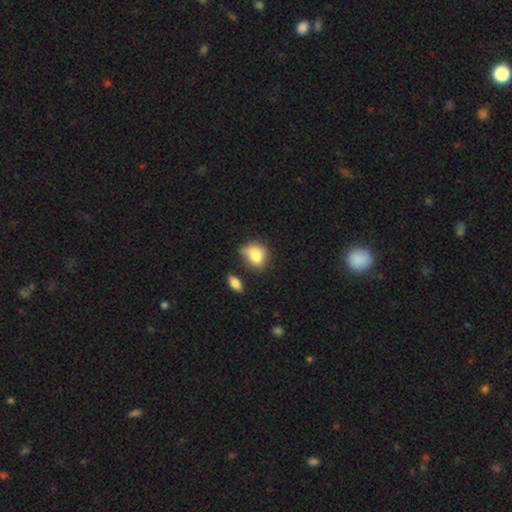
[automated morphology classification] smooth-or-featured: smooth: 81% | featured or disk: 10% | star or artifact: 9%
  how-rounded: round: 58% | in between: 40% | cigar-shaped: 1%
  merging: none: 50% | minor disturbance: 32% | merger: 9% | major disturbance: 9%